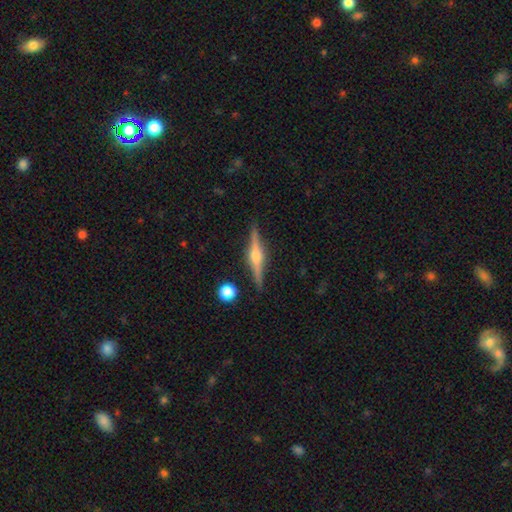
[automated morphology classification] Q: Smooth or featured?
A: featured or disk (80%); runner-up: smooth (14%)
Q: Edge-on disk?
A: yes (98%); runner-up: no (2%)
Q: Edge-on bulge?
A: rounded (90%); runner-up: boxy (7%)
Q: Merging?
A: none (89%); runner-up: minor disturbance (7%)